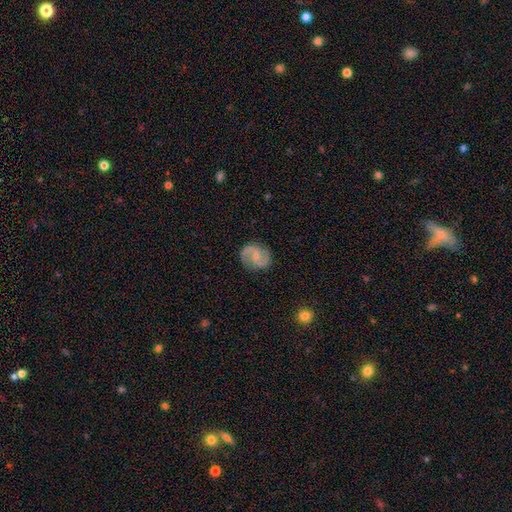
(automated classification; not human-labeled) featured or disk 81%, smooth 14%, star or artifact 6%. Down the decision tree: edge-on disk — no (98%); bar — weak (52%); spiral arms — yes (95%); spiral arm count — 2 (91%); spiral winding — medium (54%); bulge size — small (57%); merging — none (83%).